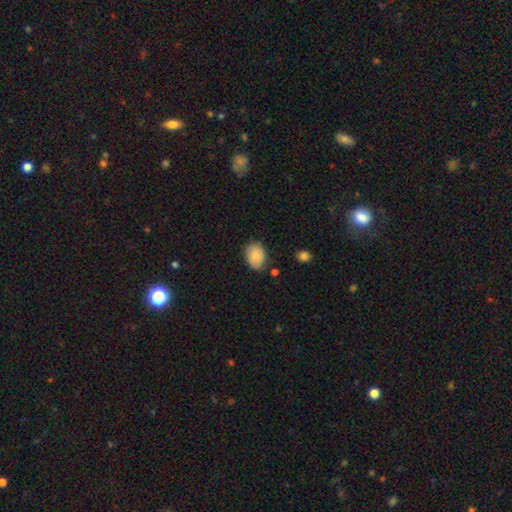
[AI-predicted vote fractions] Q: Smooth or featured?
A: smooth (86%); runner-up: star or artifact (7%)
Q: How rounded?
A: in between (71%); runner-up: round (28%)
Q: Merging?
A: none (77%); runner-up: minor disturbance (17%)